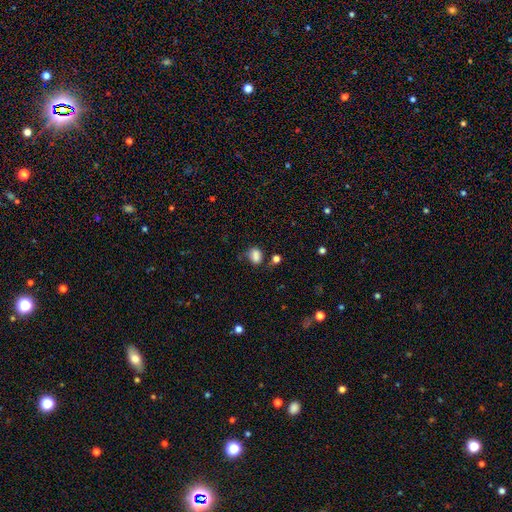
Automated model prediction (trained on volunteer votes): Smooth or featured? smooth (82%)
How rounded? in between (68%)
Merging? none (51%)